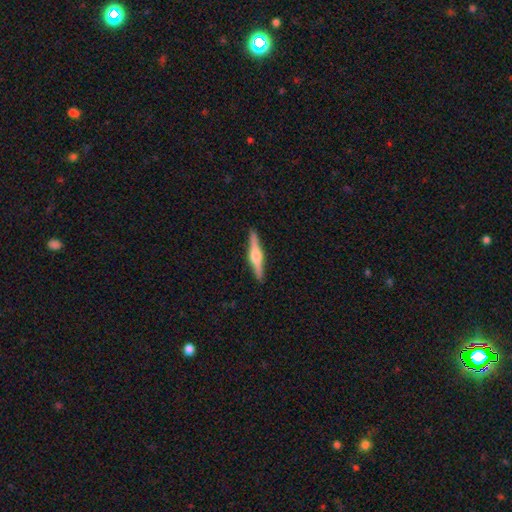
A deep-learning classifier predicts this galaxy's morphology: Smooth or featured? featured or disk (69%)
Edge-on disk? yes (98%)
Edge-on bulge? rounded (89%)
Merging? none (92%)